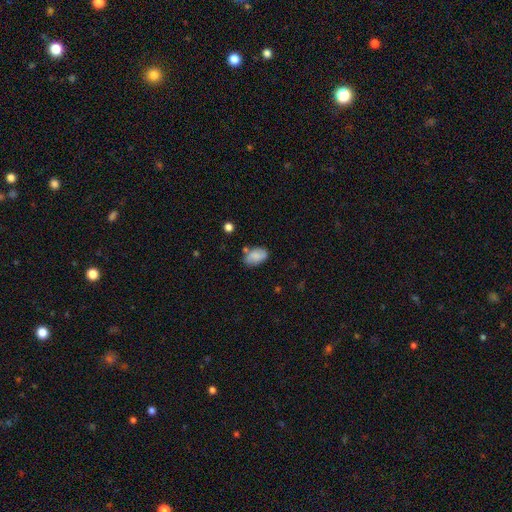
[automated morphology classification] smooth 75%, featured or disk 16%, star or artifact 8%. Down the decision tree: how rounded — in between (90%); merging — none (62%).